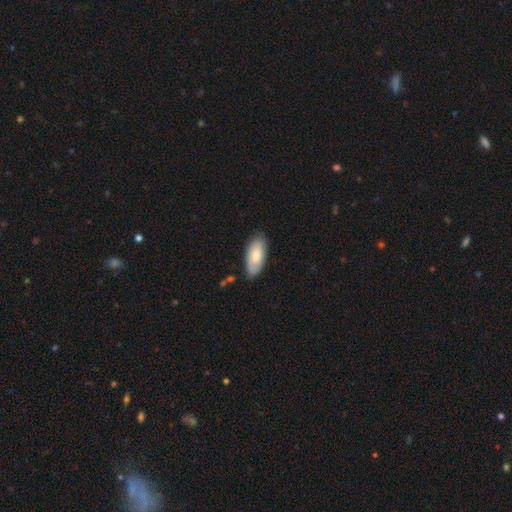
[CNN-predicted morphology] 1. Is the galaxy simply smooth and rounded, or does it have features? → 75% smooth, 20% featured or disk, 5% star or artifact.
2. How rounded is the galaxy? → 90% in between, 8% cigar-shaped, 2% round.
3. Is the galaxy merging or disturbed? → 80% none, 16% minor disturbance, 3% major disturbance, 2% merger.